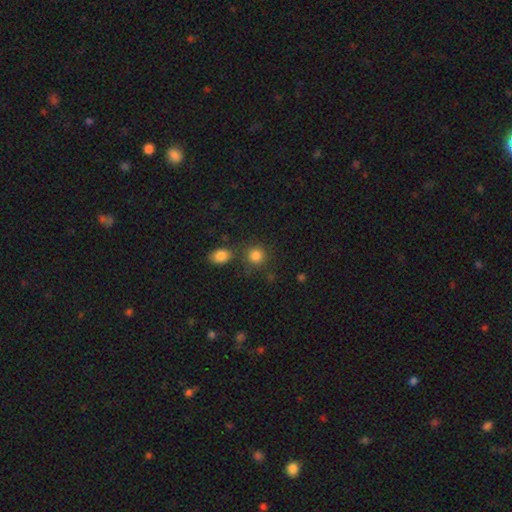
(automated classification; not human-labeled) smooth-or-featured: smooth: 84% | star or artifact: 11% | featured or disk: 5%
  how-rounded: round: 88% | in between: 11% | cigar-shaped: 1%
  merging: none: 71% | merger: 15% | minor disturbance: 10% | major disturbance: 4%